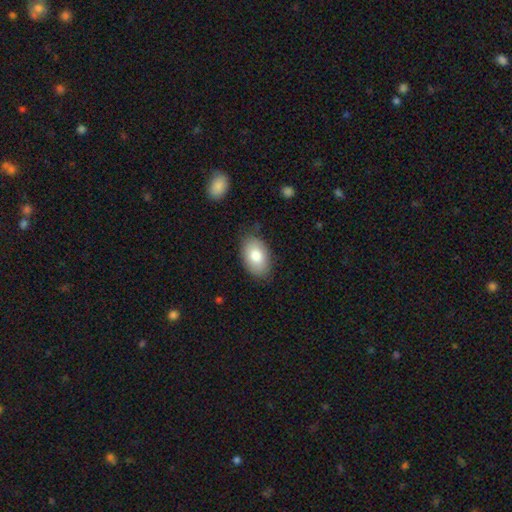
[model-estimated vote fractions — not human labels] smooth-or-featured: smooth: 80% | featured or disk: 14% | star or artifact: 7%
  how-rounded: in between: 92% | round: 7% | cigar-shaped: 1%
  merging: none: 81% | minor disturbance: 14% | major disturbance: 3% | merger: 1%